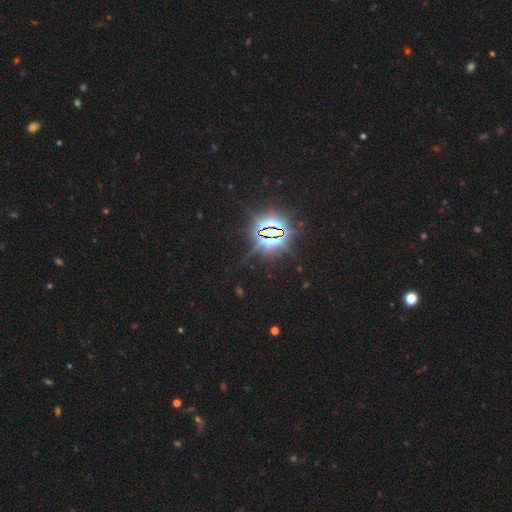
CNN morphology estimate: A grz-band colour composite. It shows a star or artifact, not a galaxy (87%).